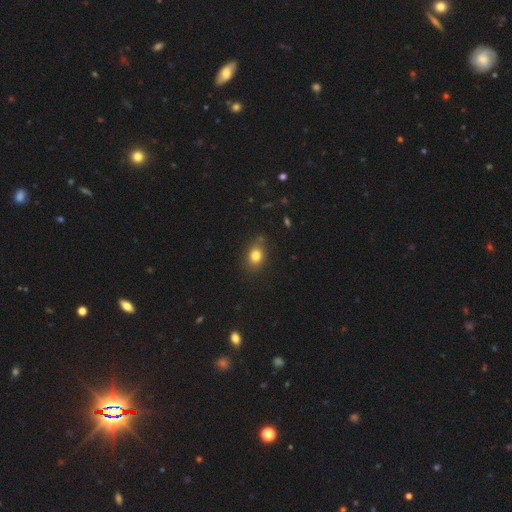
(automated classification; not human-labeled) This appears to be a smooth galaxy with no disk features (81%) that is in between round and cigar-shaped (63%). Merging: none (81%).